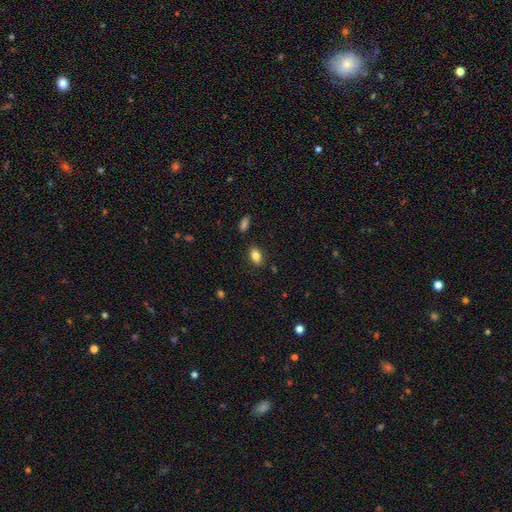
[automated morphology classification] This is clearly a smooth galaxy (84%). How rounded: clearly in between (88%). Merging: clearly none (85%).